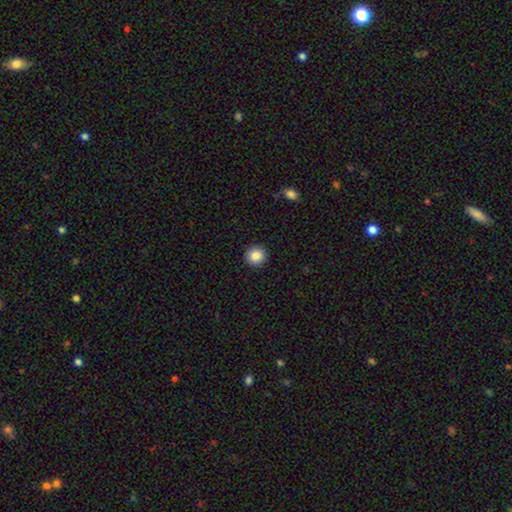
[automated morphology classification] A smooth galaxy with no disk features (86%) that is round (94%). Merging: none (93%).